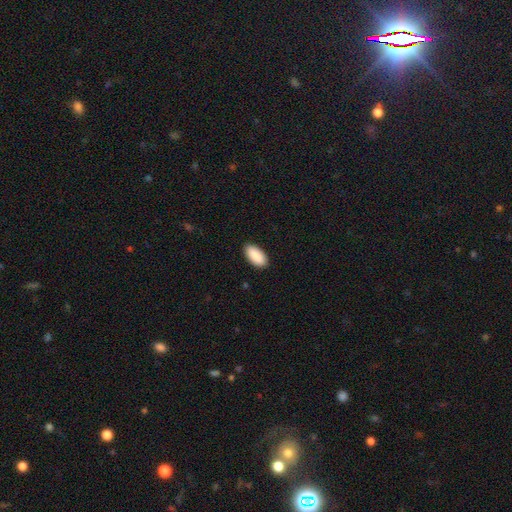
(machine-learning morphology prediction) This appears to be a smooth galaxy with no disk features (91%) that is in between round and cigar-shaped (93%). Merging: none (90%).